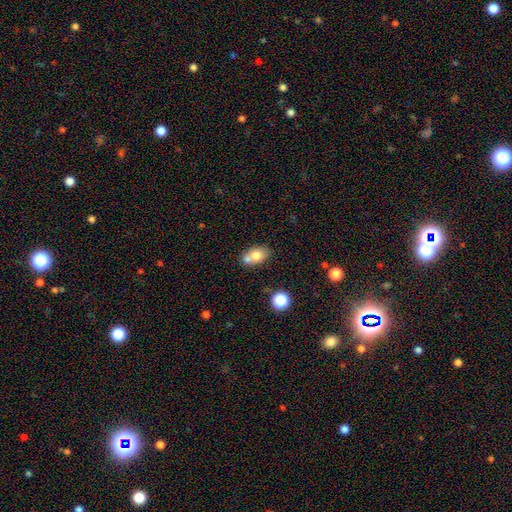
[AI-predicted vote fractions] smooth-or-featured: smooth: 73% | featured or disk: 17% | star or artifact: 10%
  how-rounded: in between: 73% | round: 25% | cigar-shaped: 2%
  merging: none: 47% | merger: 38% | minor disturbance: 12% | major disturbance: 4%